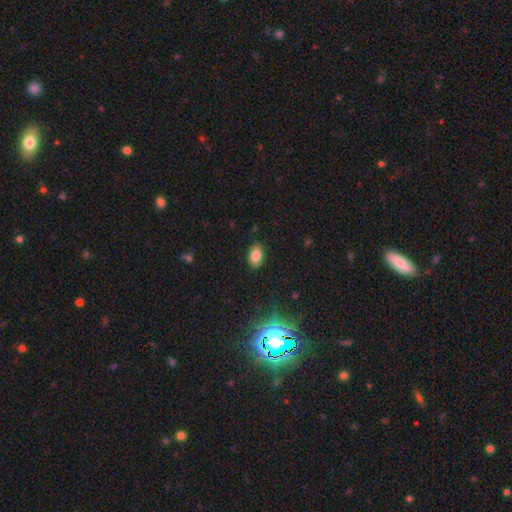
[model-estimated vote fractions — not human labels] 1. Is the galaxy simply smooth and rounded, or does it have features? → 83% smooth, 11% star or artifact, 7% featured or disk.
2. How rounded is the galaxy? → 91% in between, 7% round, 2% cigar-shaped.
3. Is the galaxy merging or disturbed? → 87% none, 10% minor disturbance, 2% major disturbance, 1% merger.